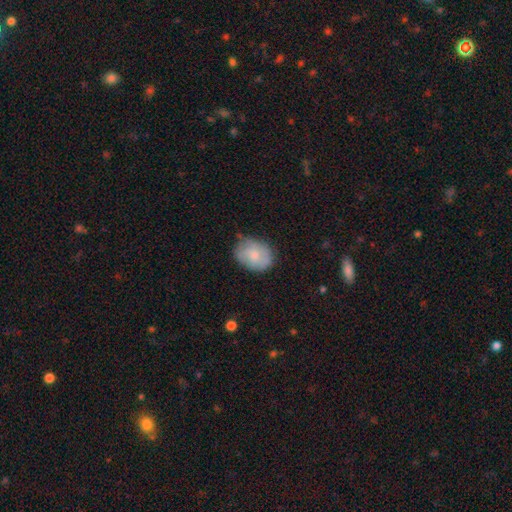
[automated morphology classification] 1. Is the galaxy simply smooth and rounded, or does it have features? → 70% smooth, 24% featured or disk, 6% star or artifact.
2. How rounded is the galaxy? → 62% in between, 37% round, 1% cigar-shaped.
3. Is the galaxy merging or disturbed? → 67% none, 25% minor disturbance, 6% major disturbance, 2% merger.